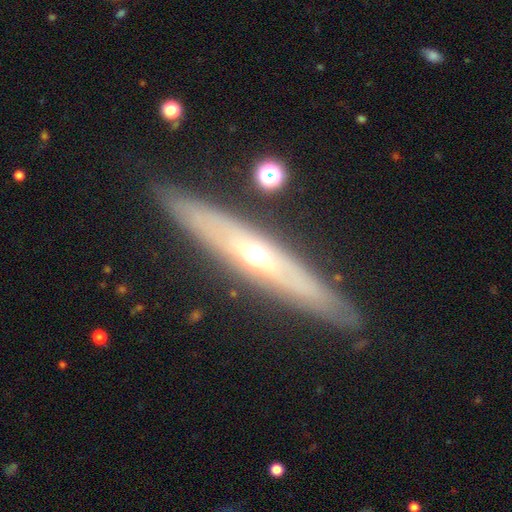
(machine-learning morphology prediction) featured or disk 71%, smooth 22%, star or artifact 7%. Down the decision tree: edge-on disk — yes (80%); edge-on bulge — rounded (82%); merging — none (86%).